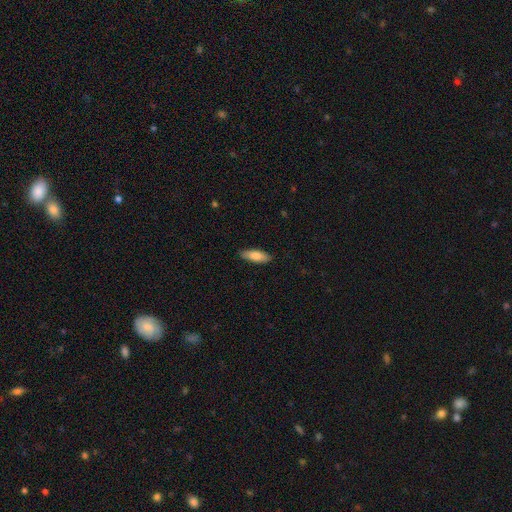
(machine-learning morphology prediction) Q: Smooth or featured?
A: smooth (81%); runner-up: featured or disk (13%)
Q: How rounded?
A: in between (64%); runner-up: cigar-shaped (34%)
Q: Merging?
A: none (87%); runner-up: minor disturbance (10%)